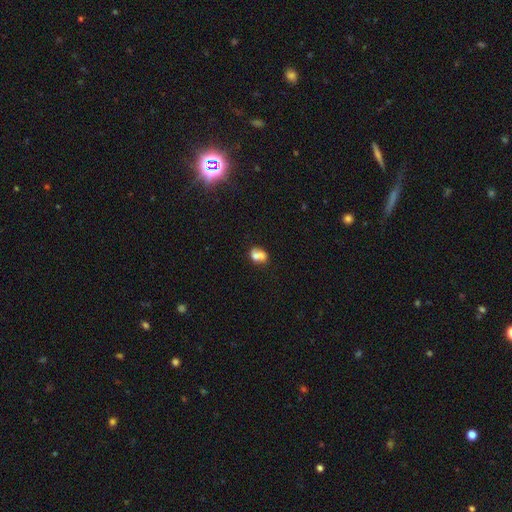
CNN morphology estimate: This appears to be a smooth galaxy with no disk features (69%) that is in between round and cigar-shaped (61%). Merging: merger (51%).